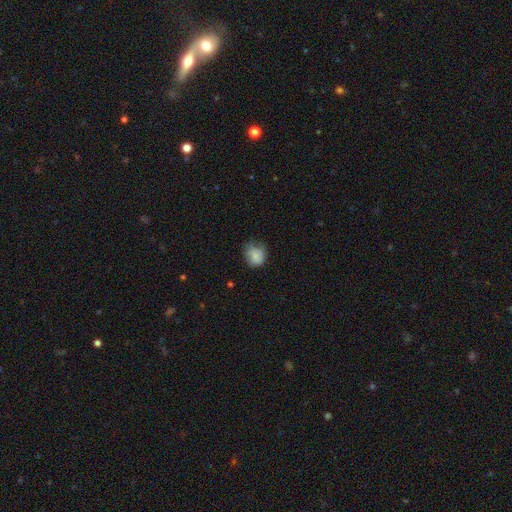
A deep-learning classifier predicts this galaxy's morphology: Smooth or featured: smooth — 79% (featured or disk — 12%)
How rounded: round — 70% (in between — 29%)
Merging: none — 58% (minor disturbance — 31%)